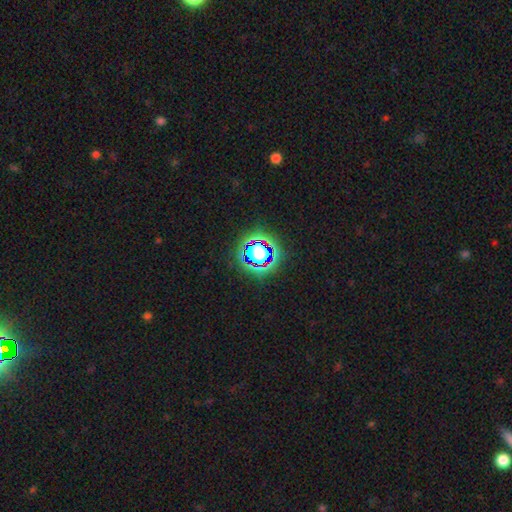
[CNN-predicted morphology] A star or artifact, not a galaxy (62%).